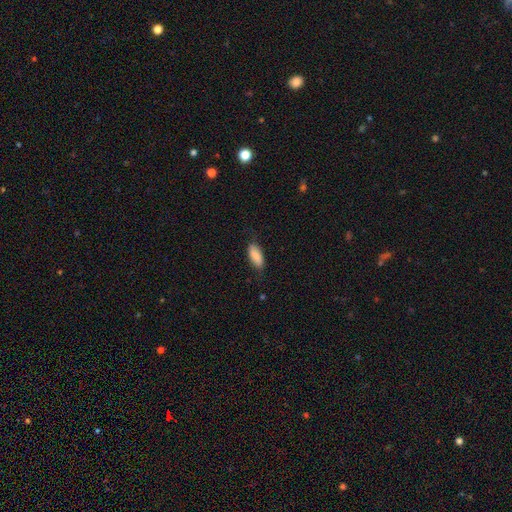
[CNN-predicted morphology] smooth-or-featured: smooth: 87% | featured or disk: 7% | star or artifact: 6%
  how-rounded: in between: 82% | cigar-shaped: 17% | round: 2%
  merging: none: 75% | minor disturbance: 19% | major disturbance: 4% | merger: 1%